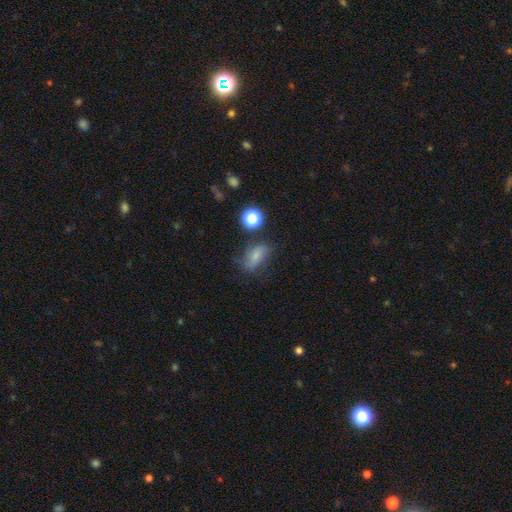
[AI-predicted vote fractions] smooth 60%, featured or disk 25%, star or artifact 15%. Down the decision tree: how rounded — in between (79%); merging — none (51%).